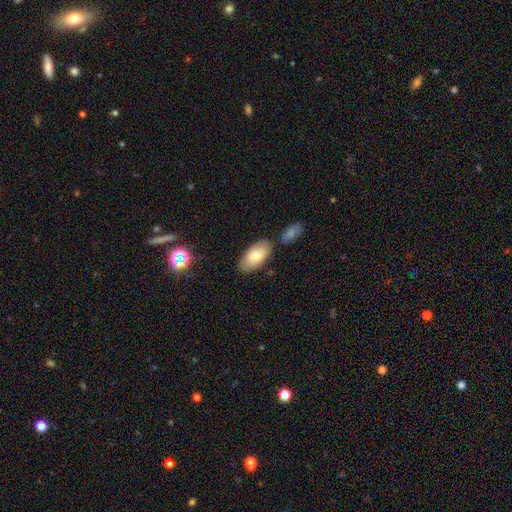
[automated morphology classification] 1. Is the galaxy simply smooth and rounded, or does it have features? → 76% smooth, 17% featured or disk, 6% star or artifact.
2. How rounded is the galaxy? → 94% in between, 4% cigar-shaped, 2% round.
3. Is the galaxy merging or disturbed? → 72% none, 14% minor disturbance, 10% merger, 3% major disturbance.